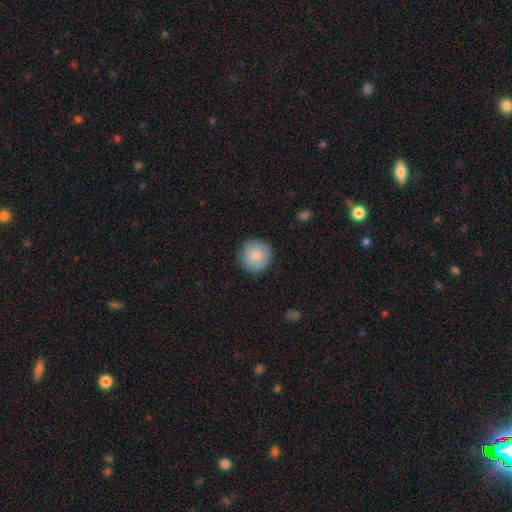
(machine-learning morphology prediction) This is clearly a smooth galaxy (84%). How rounded: clearly round (95%). Merging: clearly none (89%).